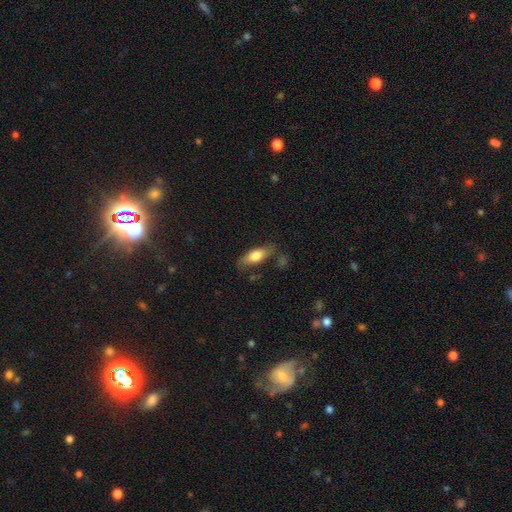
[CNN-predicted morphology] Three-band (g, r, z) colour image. It shows a smooth galaxy with no disk features (69%) that is in between round and cigar-shaped (69%). Merging: none (70%).